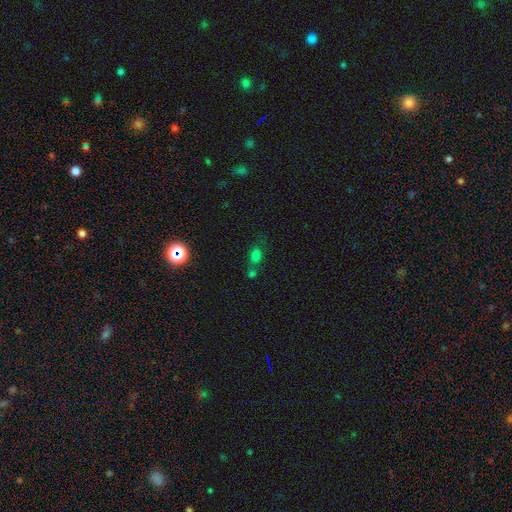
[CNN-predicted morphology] smooth-or-featured: smooth: 68% | star or artifact: 24% | featured or disk: 9%
  how-rounded: in between: 64% | round: 32% | cigar-shaped: 4%
  merging: none: 47% | merger: 34% | minor disturbance: 13% | major disturbance: 6%